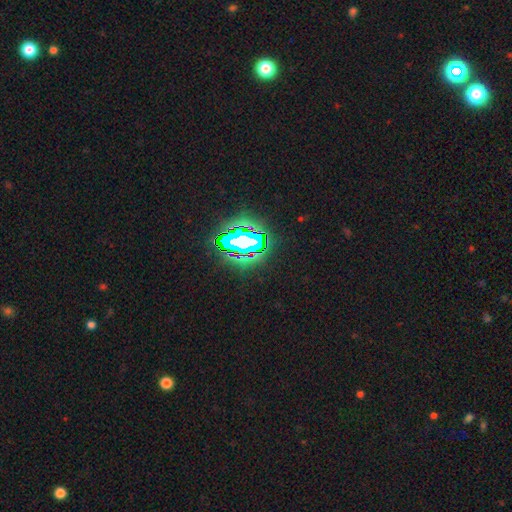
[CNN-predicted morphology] smooth_or_featured: star or artifact (p=0.84) [alt: smooth p=0.10]